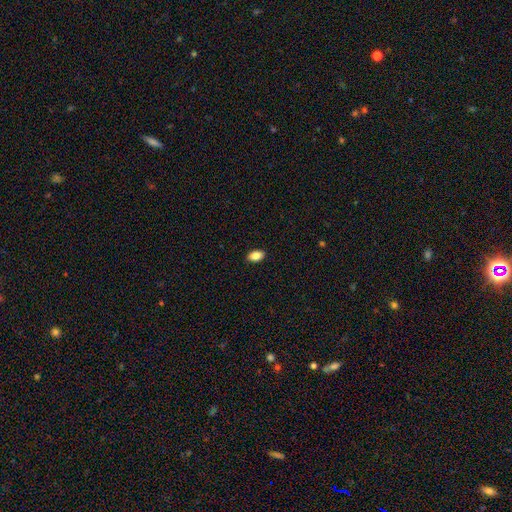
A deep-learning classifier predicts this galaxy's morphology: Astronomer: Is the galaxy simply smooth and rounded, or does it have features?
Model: smooth — 86%.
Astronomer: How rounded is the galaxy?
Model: in between — 90%.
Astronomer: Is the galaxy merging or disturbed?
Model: none — 89%.